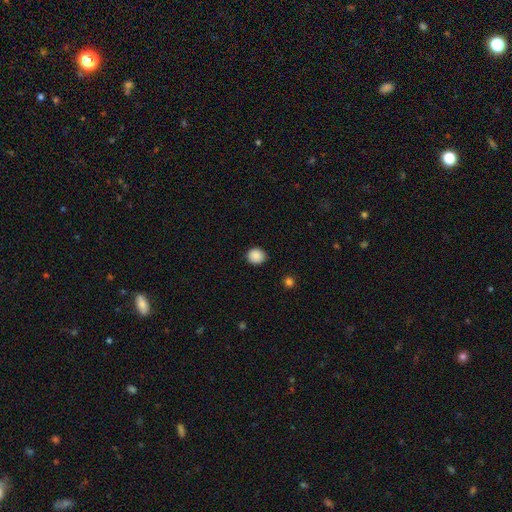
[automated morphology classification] Smooth or featured? Predicted: smooth (p=0.89). How rounded? Predicted: round (p=0.85). Merging? Predicted: none (p=0.90).